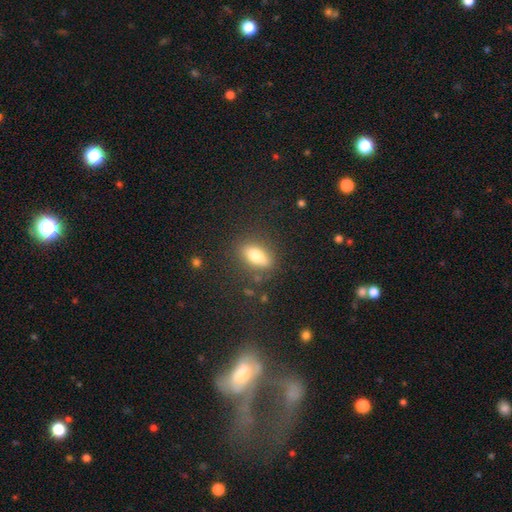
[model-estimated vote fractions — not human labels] The model was most divided on "smooth or featured": smooth: 72%, featured or disk: 18%, star or artifact: 9%. More confident: merging — none (81%); how rounded — in between (78%).